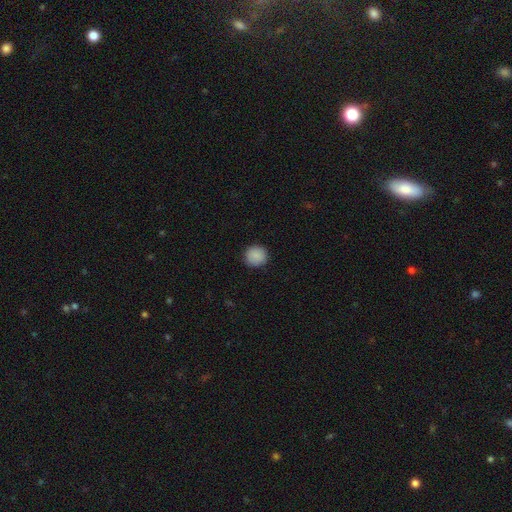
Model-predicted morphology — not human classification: type=smooth (89%); roundness=round (92%); merging=none (91%).